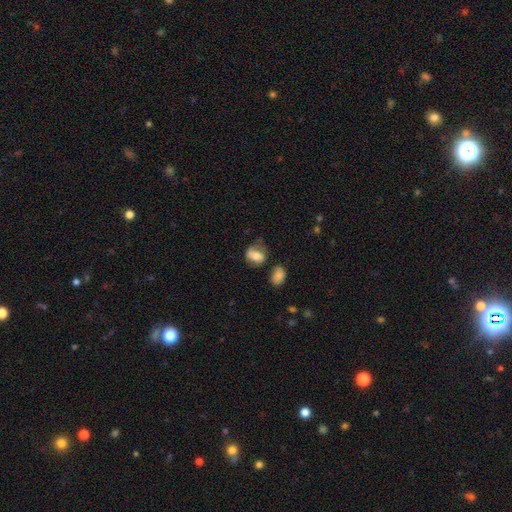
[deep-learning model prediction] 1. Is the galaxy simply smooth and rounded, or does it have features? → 55% smooth, 36% featured or disk, 9% star or artifact.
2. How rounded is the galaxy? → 64% in between, 34% round, 2% cigar-shaped.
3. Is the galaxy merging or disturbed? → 44% none, 28% minor disturbance, 20% major disturbance, 9% merger.